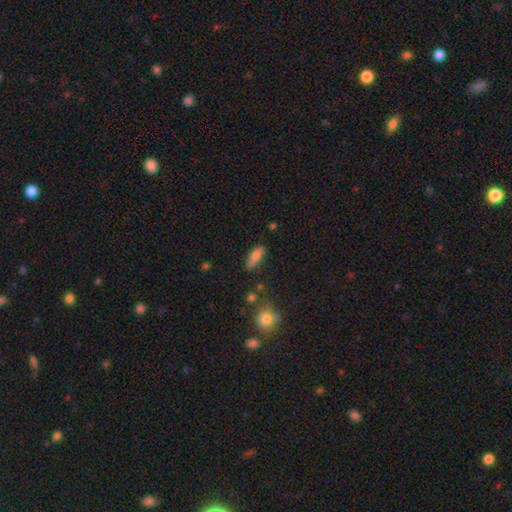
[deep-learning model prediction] Morphology: type=smooth (78%); roundness=in between (70%); merging=none (72%).